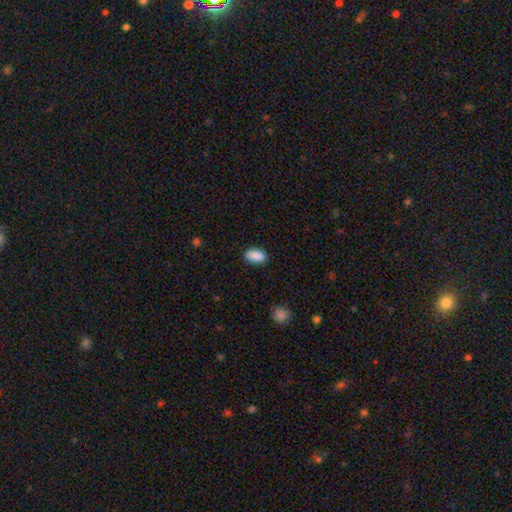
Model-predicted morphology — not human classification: Overall: smooth (90%). How rounded: in between (92%). Merging: none (87%).